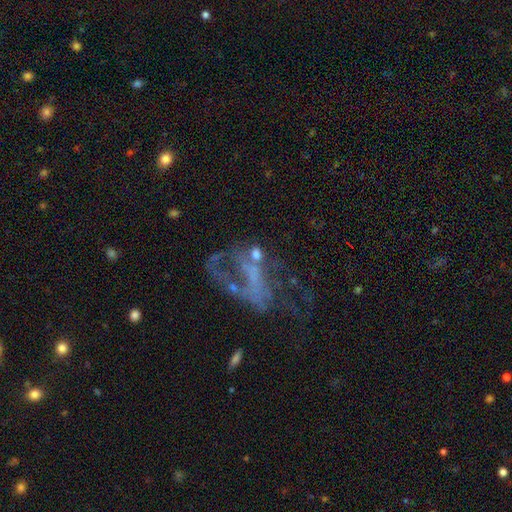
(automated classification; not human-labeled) Morphology: type=featured or disk (62%); edge-on=no (97%); bar=no (76%); spiral arms=no (68%); bulge=none (62%); merging=major disturbance (47%).